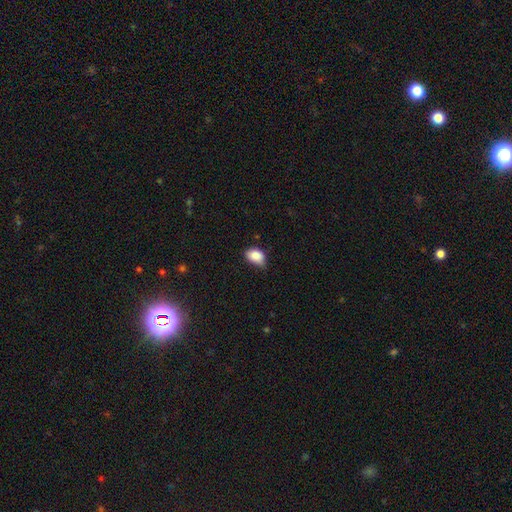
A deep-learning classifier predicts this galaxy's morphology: Smooth or featured? Predicted: smooth (p=0.87). How rounded? Predicted: in between (p=0.84). Merging? Predicted: none (p=0.54).